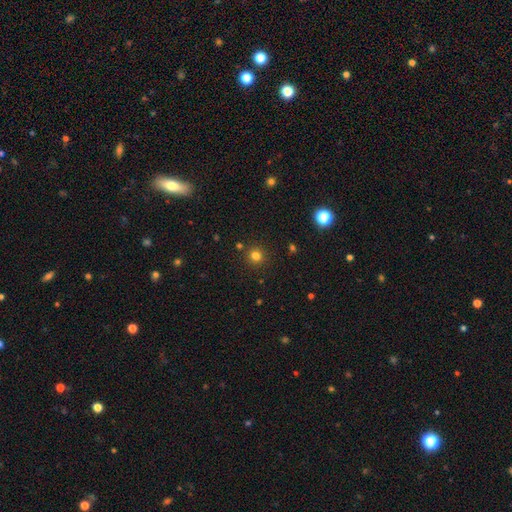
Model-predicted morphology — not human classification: smooth_or_featured: smooth (p=0.79) [alt: star or artifact p=0.16]
how_rounded: round (p=0.92) [alt: in between p=0.07]
merging: none (p=0.88) [alt: minor disturbance p=0.06]